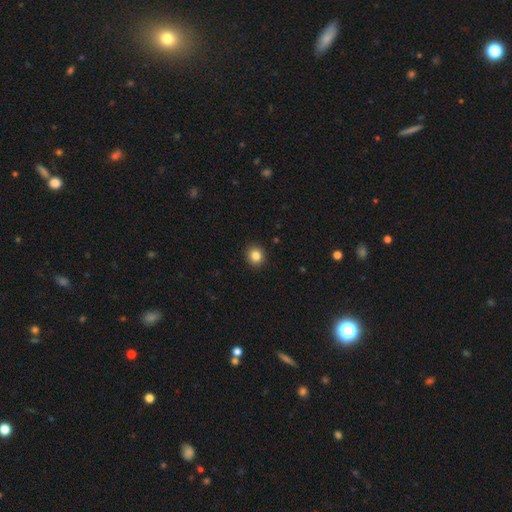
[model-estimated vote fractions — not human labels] Smooth or featured: smooth — 85% (star or artifact — 10%)
How rounded: round — 86% (in between — 14%)
Merging: none — 92% (minor disturbance — 6%)